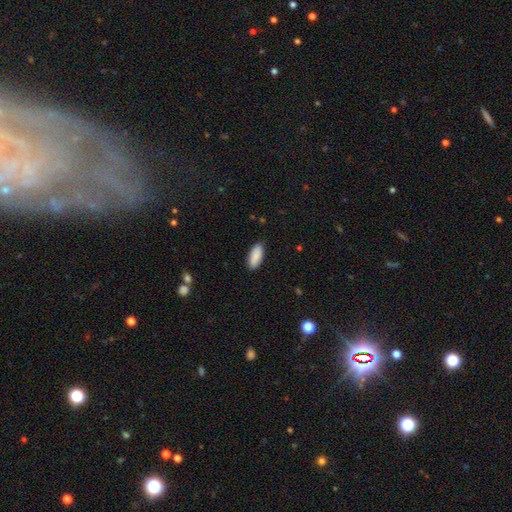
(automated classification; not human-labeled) A smooth galaxy with no disk features (89%) that is in between round and cigar-shaped (84%). Merging: none (87%).